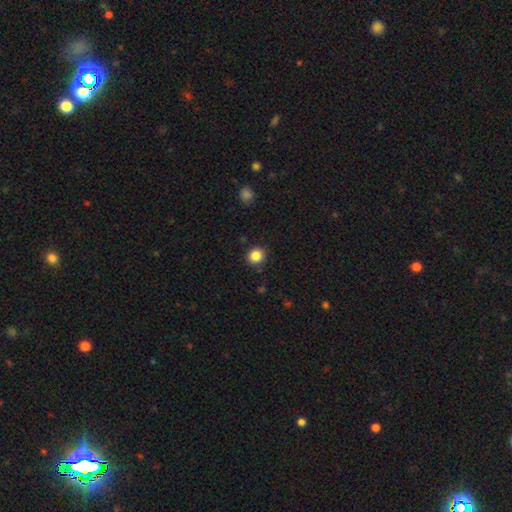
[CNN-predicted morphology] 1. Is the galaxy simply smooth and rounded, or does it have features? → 85% smooth, 11% star or artifact, 4% featured or disk.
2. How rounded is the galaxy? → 92% round, 8% in between, 1% cigar-shaped.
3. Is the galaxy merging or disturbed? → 91% none, 6% minor disturbance, 2% major disturbance, 1% merger.